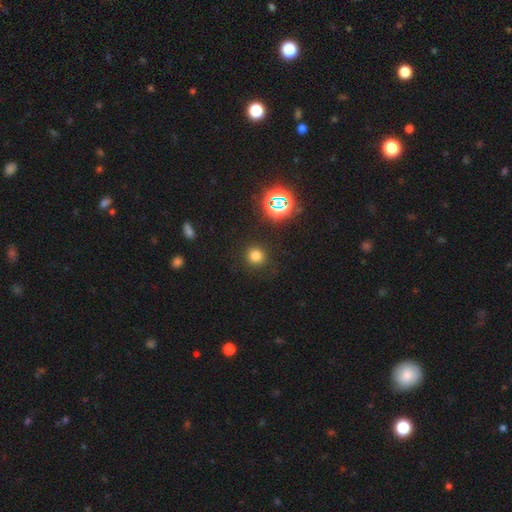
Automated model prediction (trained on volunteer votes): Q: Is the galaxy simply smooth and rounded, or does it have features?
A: smooth — 73%.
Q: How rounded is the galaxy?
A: round — 92%.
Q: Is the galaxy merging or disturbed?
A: none — 89%.